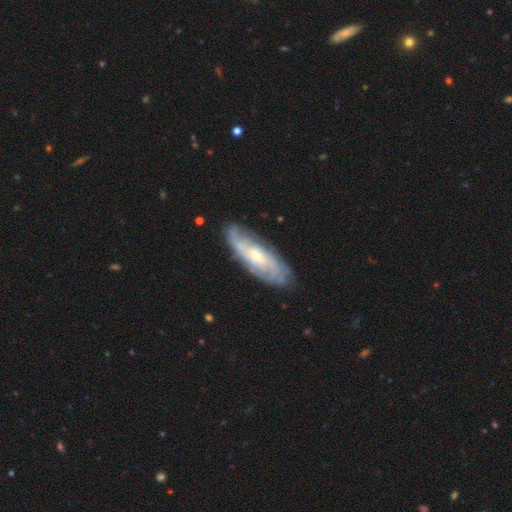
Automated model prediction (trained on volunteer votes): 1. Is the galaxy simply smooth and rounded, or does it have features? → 79% featured or disk, 16% smooth, 5% star or artifact.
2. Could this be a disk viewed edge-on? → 86% no, 14% yes.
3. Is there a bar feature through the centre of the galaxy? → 67% no, 28% weak, 6% strong.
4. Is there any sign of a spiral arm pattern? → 93% yes, 7% no.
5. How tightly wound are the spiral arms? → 55% tight, 34% medium, 11% loose.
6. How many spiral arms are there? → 42% can't tell, 26% 2, 13% 3, 9% 4, 5% more than 4, 4% 1.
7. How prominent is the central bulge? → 67% small, 29% moderate, 2% none, 2% large, 1% dominant.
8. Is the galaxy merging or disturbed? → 80% none, 15% minor disturbance, 4% major disturbance, 1% merger.